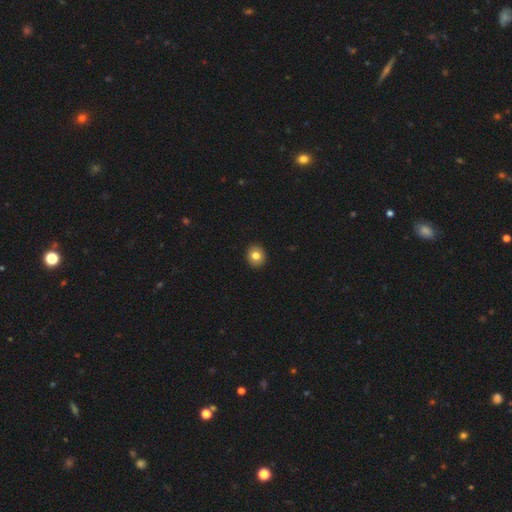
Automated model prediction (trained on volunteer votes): Q: Smooth or featured?
A: smooth (81%); runner-up: featured or disk (9%)
Q: How rounded?
A: round (76%); runner-up: in between (23%)
Q: Merging?
A: none (93%); runner-up: minor disturbance (5%)